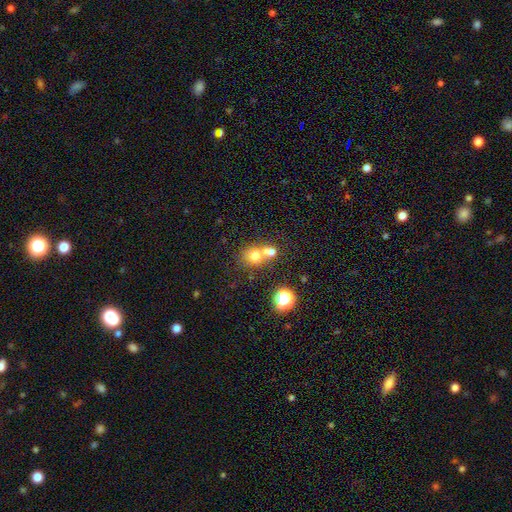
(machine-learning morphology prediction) smooth-or-featured: smooth: 69% | star or artifact: 16% | featured or disk: 15%
  how-rounded: round: 80% | in between: 19% | cigar-shaped: 1%
  merging: merger: 49% | none: 40% | minor disturbance: 7% | major disturbance: 4%